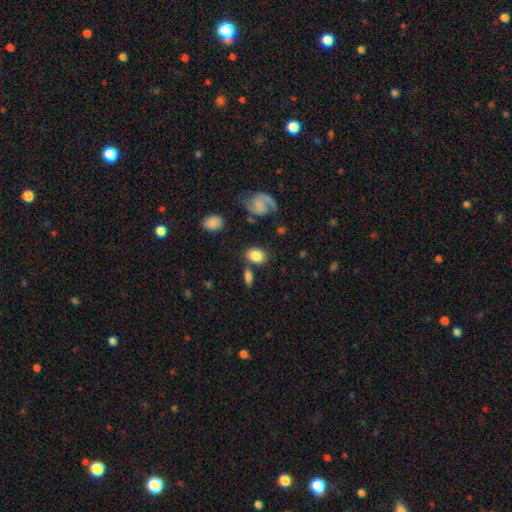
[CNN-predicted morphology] smooth_or_featured: smooth (p=0.79) [alt: featured or disk p=0.13]
how_rounded: in between (p=0.77) [alt: round p=0.21]
merging: none (p=0.70) [alt: minor disturbance p=0.13]